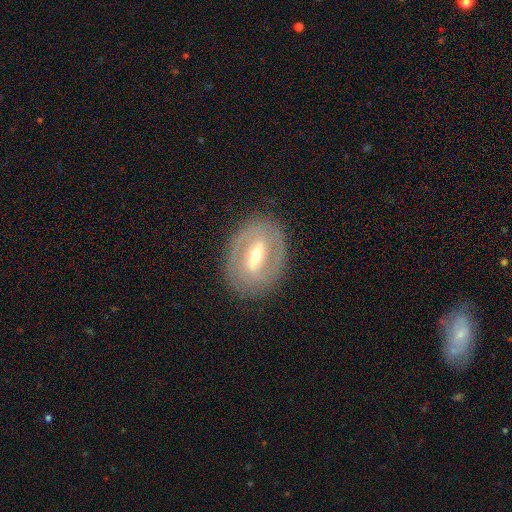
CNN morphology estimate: Overall: featured or disk (75%). Edge-on disk: no (90%). Bar: strong (53%; weak 35%). Spiral arms: yes (52%; no 48%). Bulge size: moderate (59%; small 35%). Merging: none (83%).